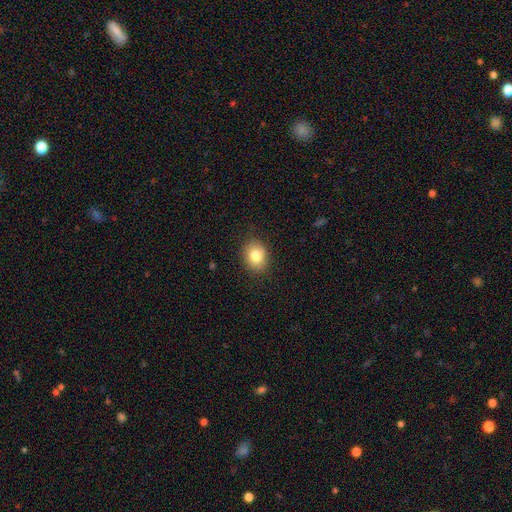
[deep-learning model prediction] smooth-or-featured: smooth: 81% | star or artifact: 10% | featured or disk: 9%
  how-rounded: in between: 50% | round: 49% | cigar-shaped: 1%
  merging: none: 86% | minor disturbance: 11% | major disturbance: 3% | merger: 1%